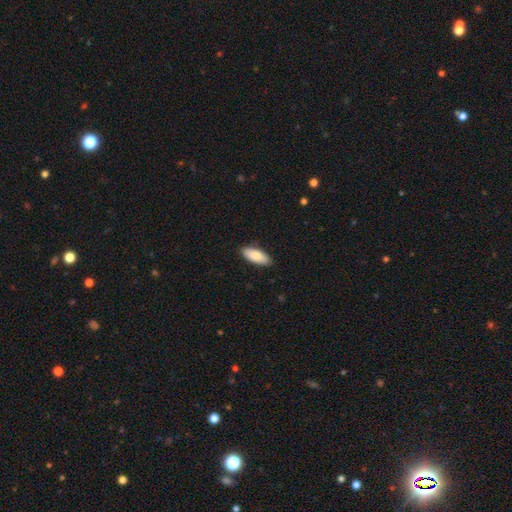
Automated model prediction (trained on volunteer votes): Q: Smooth or featured?
A: smooth (85%); runner-up: featured or disk (10%)
Q: How rounded?
A: in between (82%); runner-up: cigar-shaped (16%)
Q: Merging?
A: none (88%); runner-up: minor disturbance (9%)